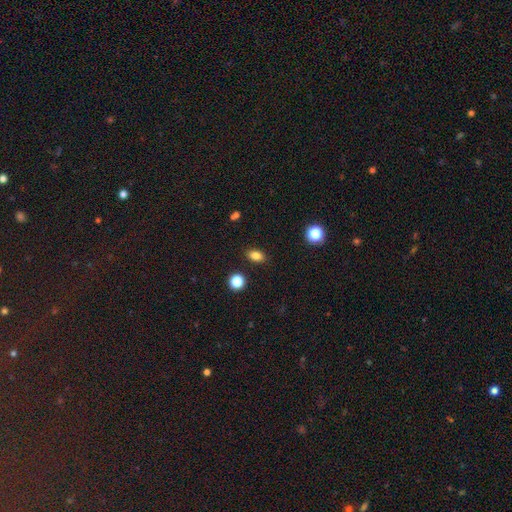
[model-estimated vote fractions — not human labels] Smooth or featured: smooth — 83% (star or artifact — 12%)
How rounded: in between — 80% (round — 18%)
Merging: none — 88% (minor disturbance — 8%)